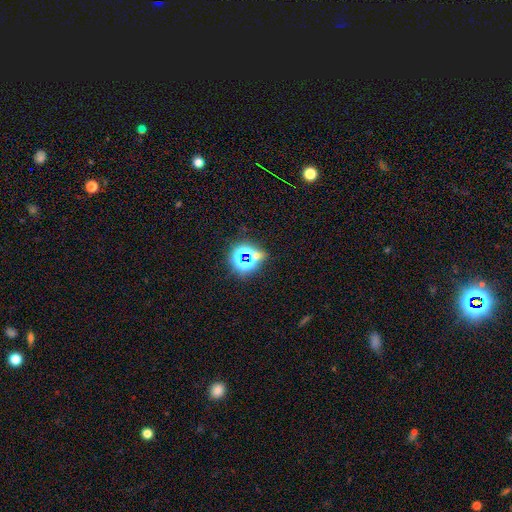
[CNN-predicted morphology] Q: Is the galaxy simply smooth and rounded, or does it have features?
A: star or artifact — 71%.